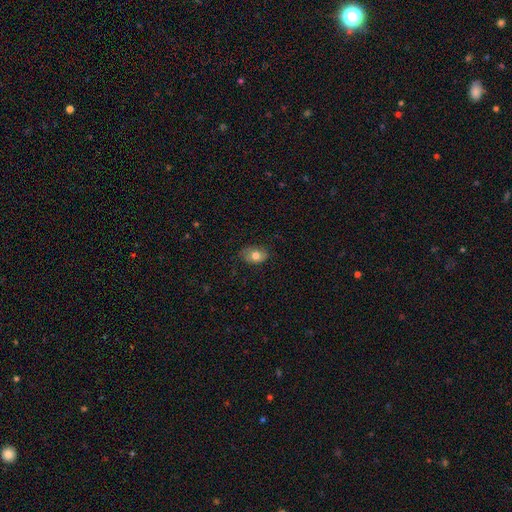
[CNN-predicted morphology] Overall: smooth (75%). How rounded: in between (79%). Merging: none (75%).